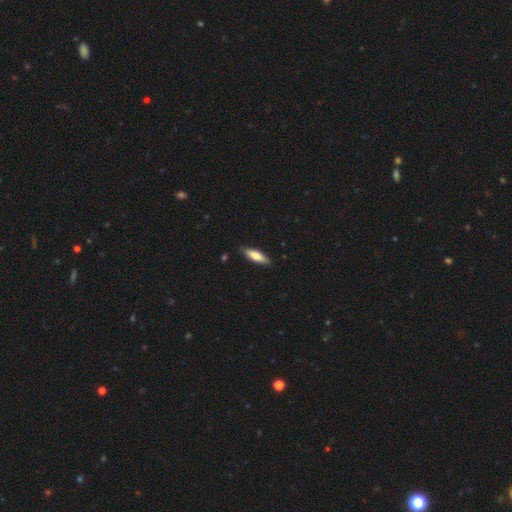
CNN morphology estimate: smooth_or_featured: smooth (p=0.73) [alt: featured or disk p=0.21]
how_rounded: cigar-shaped (p=0.55) [alt: in between p=0.43]
merging: none (p=0.86) [alt: minor disturbance p=0.11]